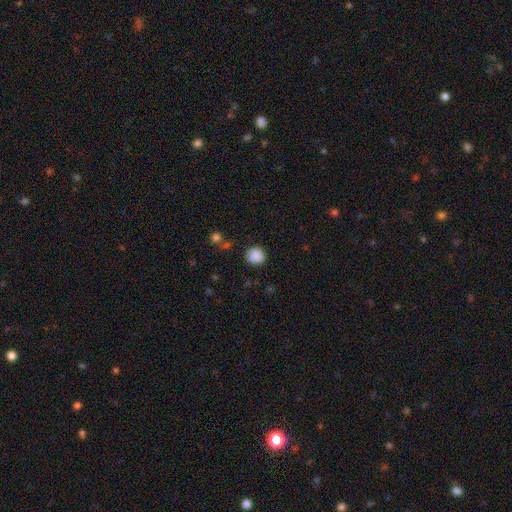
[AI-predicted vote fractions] Q: Smooth or featured?
A: smooth (88%); runner-up: star or artifact (9%)
Q: How rounded?
A: round (84%); runner-up: in between (15%)
Q: Merging?
A: none (83%); runner-up: minor disturbance (12%)